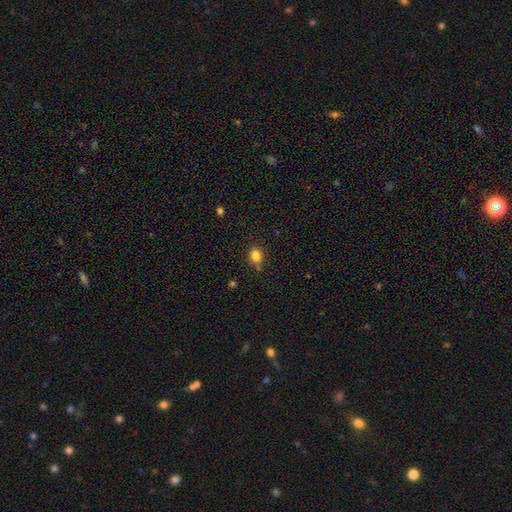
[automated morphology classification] Smooth or featured? smooth (84%)
How rounded? in between (56%)
Merging? none (74%)